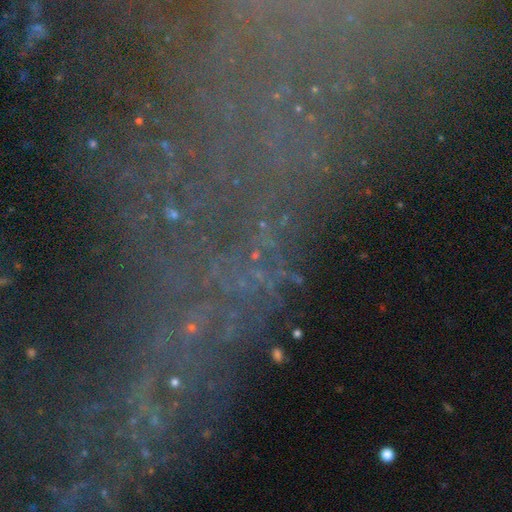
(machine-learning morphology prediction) star or artifact 70%, featured or disk 17%, smooth 13%.